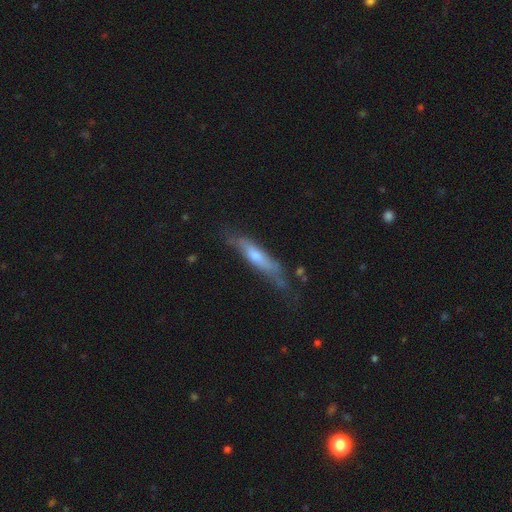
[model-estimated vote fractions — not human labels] This is possibly a featured or disk galaxy (48%). Merging: possibly none (52%).